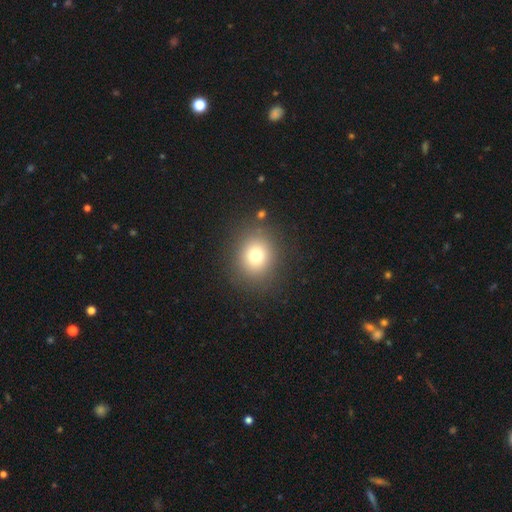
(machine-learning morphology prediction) Smooth or featured? smooth (75%)
How rounded? round (80%)
Merging? none (87%)